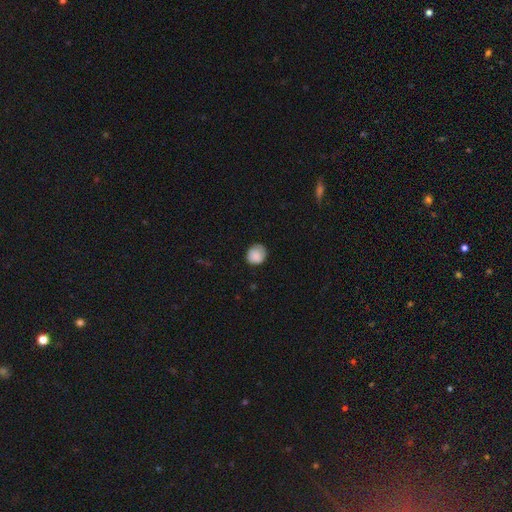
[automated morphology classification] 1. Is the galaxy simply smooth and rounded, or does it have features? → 84% smooth, 8% featured or disk, 8% star or artifact.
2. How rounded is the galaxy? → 81% round, 18% in between, 1% cigar-shaped.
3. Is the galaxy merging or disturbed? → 74% none, 21% minor disturbance, 4% major disturbance, 1% merger.